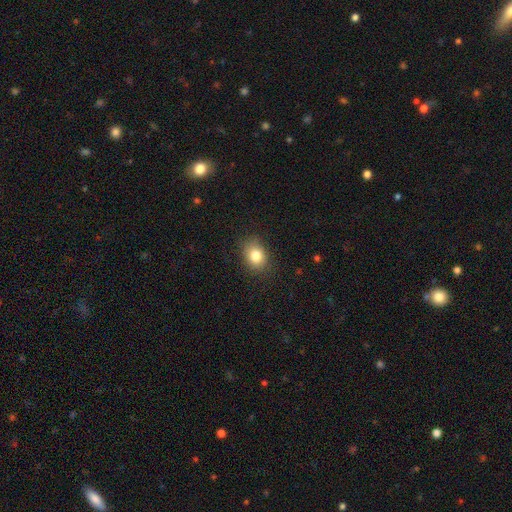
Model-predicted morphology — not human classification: Smooth or featured?
  - smooth: 82% *
  - star or artifact: 10%
  - featured or disk: 8%
How rounded?
  - in between: 55% *
  - round: 44%
  - cigar-shaped: 1%
Merging?
  - none: 84% *
  - minor disturbance: 12%
  - major disturbance: 3%
  - merger: 1%